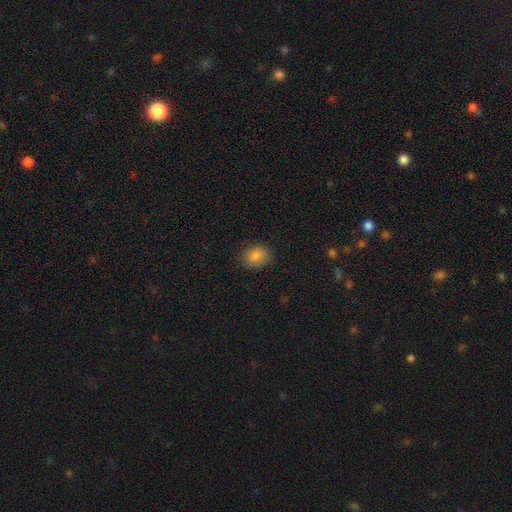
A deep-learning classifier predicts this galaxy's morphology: Smooth or featured?
  - smooth: 85% *
  - star or artifact: 10%
  - featured or disk: 5%
How rounded?
  - in between: 67% *
  - round: 32%
  - cigar-shaped: 1%
Merging?
  - none: 86% *
  - minor disturbance: 10%
  - major disturbance: 2%
  - merger: 1%